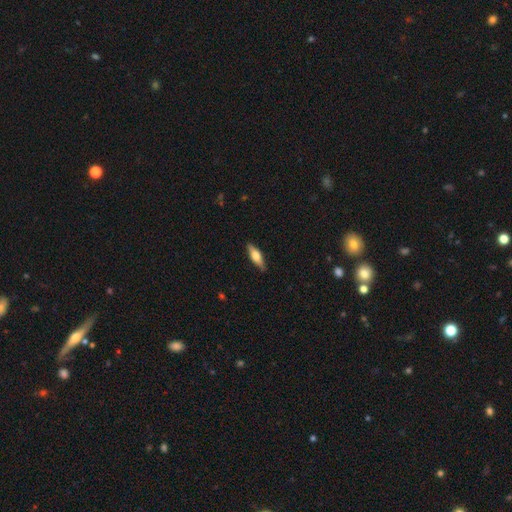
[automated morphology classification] Overall: smooth (52%; featured or disk 43%). How rounded: in between (49%, tied with cigar-shaped). Merging: none (86%).